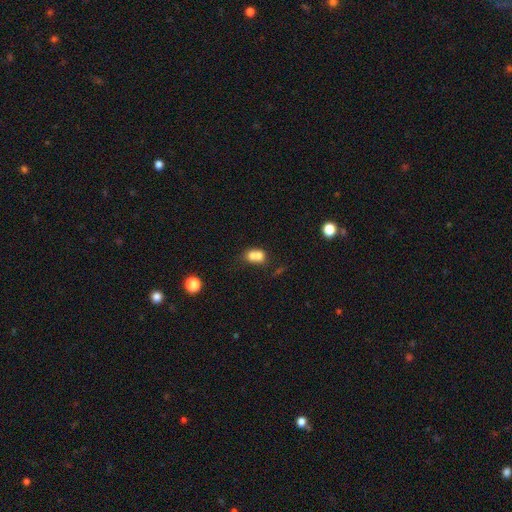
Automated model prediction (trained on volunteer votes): A smooth galaxy with no disk features (68%) that is round (58%). Merging: merger (68%).